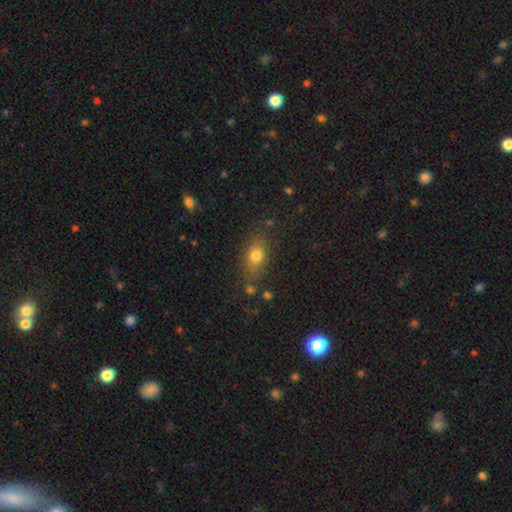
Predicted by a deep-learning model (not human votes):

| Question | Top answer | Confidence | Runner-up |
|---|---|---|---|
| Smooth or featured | smooth | 75% | featured or disk (13%) |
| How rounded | in between | 69% | round (23%) |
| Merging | none | 74% | minor disturbance (16%) |